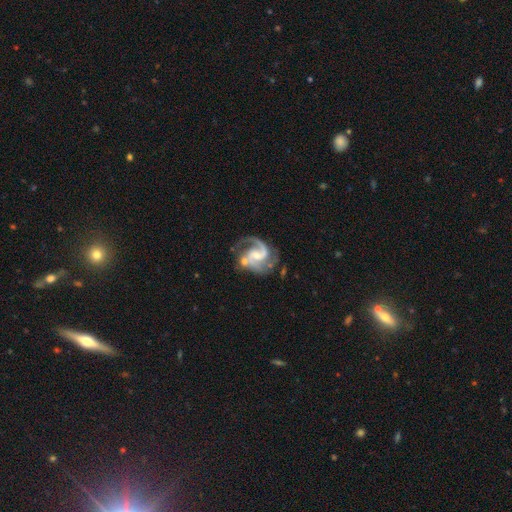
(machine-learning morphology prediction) A featured or disk galaxy (92%) with a weak bar (50%), 2 (84%) medium (61%) spiral arms (98%) and a small central bulge (51%). Merging: none (58%).